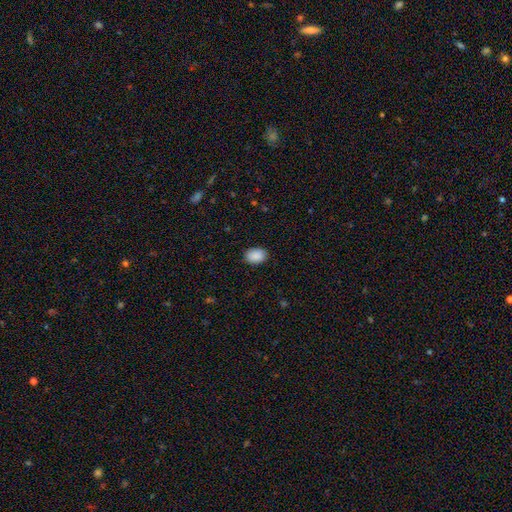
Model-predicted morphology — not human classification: Smooth or featured? Predicted: smooth (p=0.90). How rounded? Predicted: in between (p=0.80). Merging? Predicted: none (p=0.88).